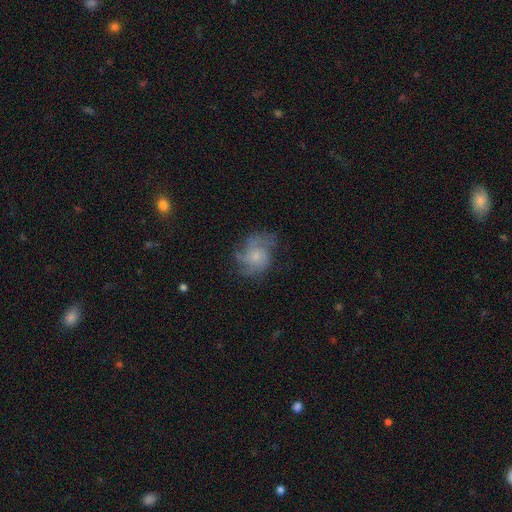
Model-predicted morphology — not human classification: smooth_or_featured: featured or disk (p=0.66) [alt: smooth p=0.25]
disk_edge_on: no (p=0.98) [alt: yes p=0.02]
bar: no (p=0.79) [alt: weak p=0.19]
has_spiral_arms: yes (p=0.89) [alt: no p=0.11]
spiral_winding: medium (p=0.46) [alt: tight p=0.32]
spiral_arm_count: 3 (p=0.33) [alt: can't tell p=0.26]
bulge_size: small (p=0.61) [alt: moderate p=0.28]
merging: none (p=0.62) [alt: minor disturbance p=0.23]